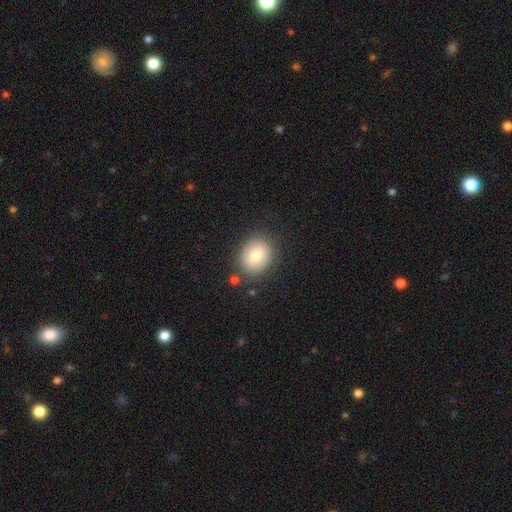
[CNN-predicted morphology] Smooth or featured? Predicted: smooth (p=0.80). How rounded? Predicted: round (p=0.58). Merging? Predicted: none (p=0.81).